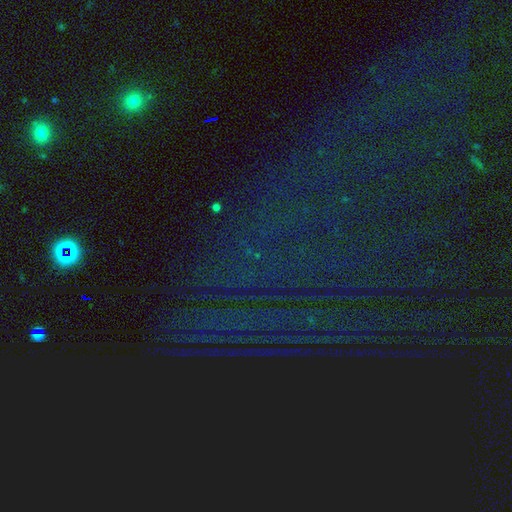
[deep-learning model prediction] A star or artifact, not a galaxy (82%).